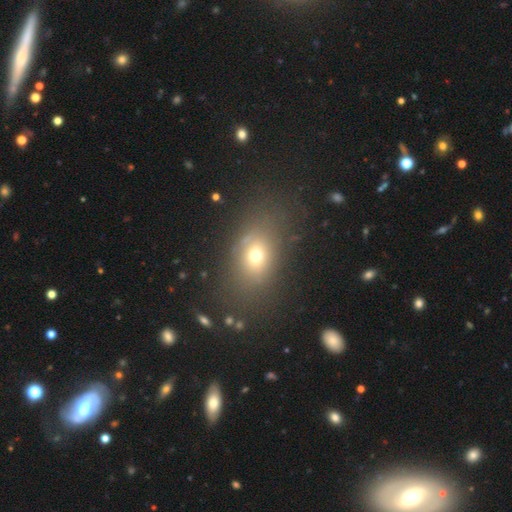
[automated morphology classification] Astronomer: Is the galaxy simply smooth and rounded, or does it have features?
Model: smooth — 66%.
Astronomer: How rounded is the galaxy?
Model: in between — 69%.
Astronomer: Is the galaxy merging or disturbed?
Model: none — 72%.